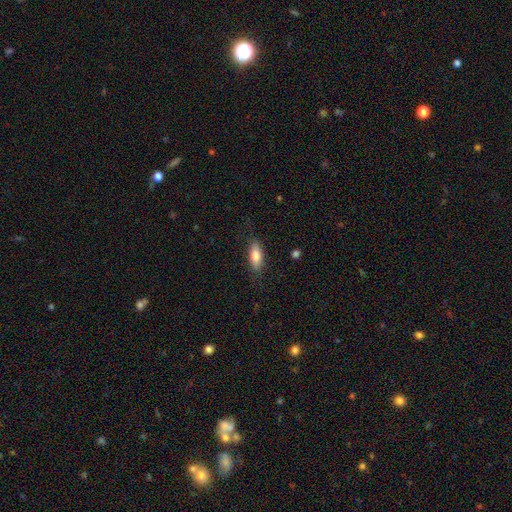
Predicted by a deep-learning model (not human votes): The model was most divided on "how rounded": in between: 74%, cigar-shaped: 24%, round: 2%. More confident: merging — none (82%); smooth or featured — smooth (81%).